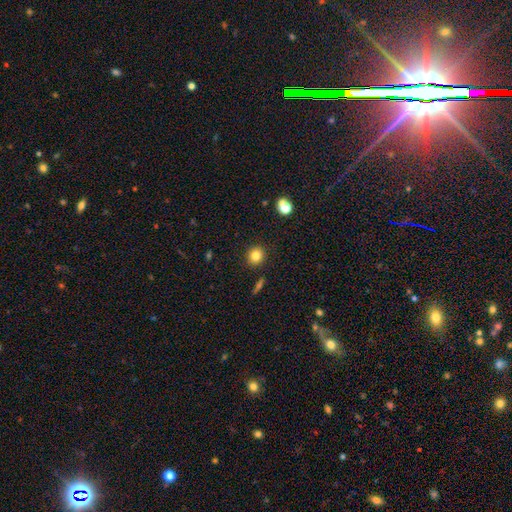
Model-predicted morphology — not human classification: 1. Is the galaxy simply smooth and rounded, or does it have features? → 82% smooth, 11% star or artifact, 6% featured or disk.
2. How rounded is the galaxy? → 84% round, 15% in between, 1% cigar-shaped.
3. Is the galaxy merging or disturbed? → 89% none, 7% minor disturbance, 2% major disturbance, 2% merger.